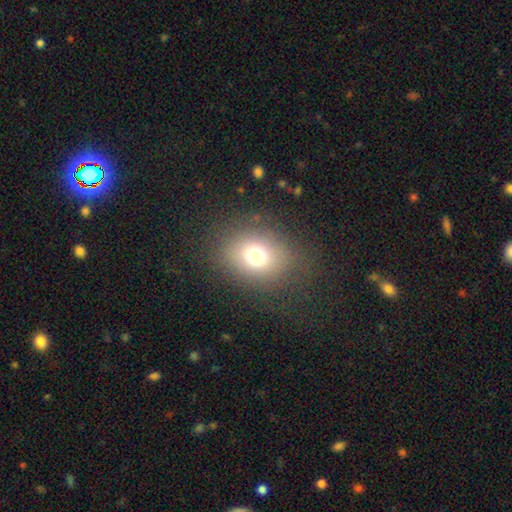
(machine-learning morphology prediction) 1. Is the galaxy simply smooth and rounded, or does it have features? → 70% smooth, 19% star or artifact, 12% featured or disk.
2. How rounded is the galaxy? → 58% round, 41% in between, 1% cigar-shaped.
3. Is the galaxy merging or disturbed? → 81% none, 10% minor disturbance, 8% major disturbance, 1% merger.